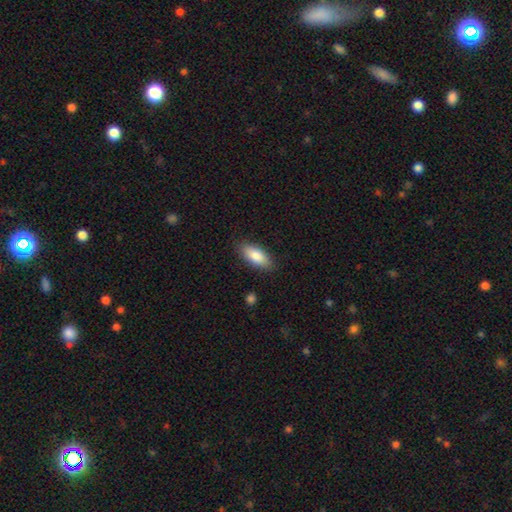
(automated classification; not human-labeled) This appears to be a smooth galaxy with no disk features (84%) that is in between round and cigar-shaped (84%). Merging: none (86%).